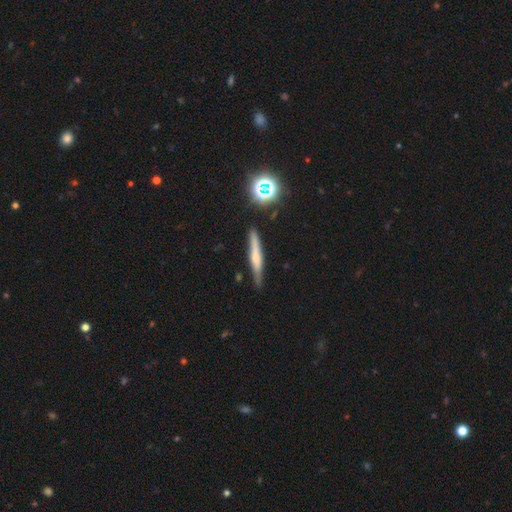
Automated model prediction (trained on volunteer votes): Smooth or featured? smooth (45%)
Merging? none (84%)